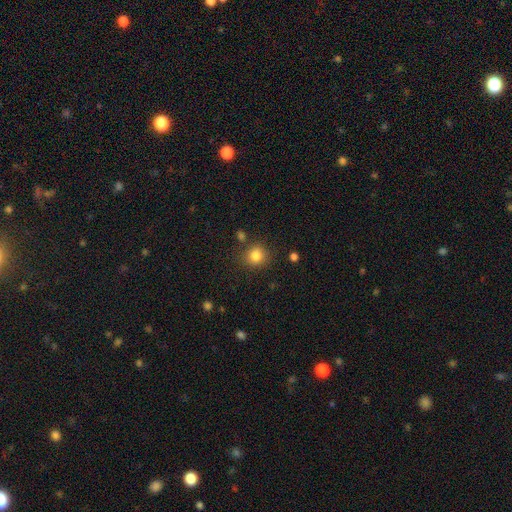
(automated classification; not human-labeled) A smooth galaxy with no disk features (83%) that is round (82%). Merging: none (82%).